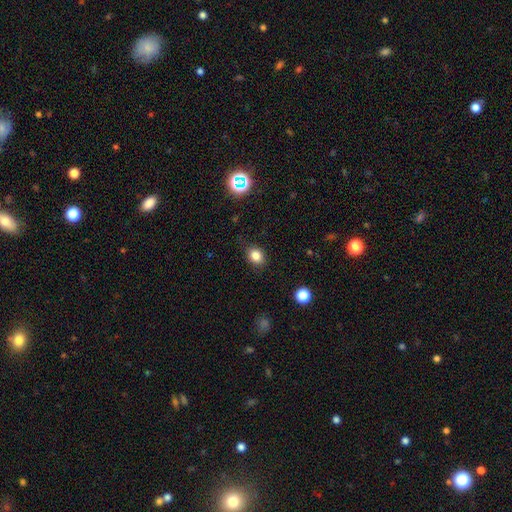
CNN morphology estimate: Smooth or featured?
  - smooth: 82% *
  - star or artifact: 12%
  - featured or disk: 6%
How rounded?
  - round: 50% *
  - in between: 49%
  - cigar-shaped: 1%
Merging?
  - none: 83% *
  - minor disturbance: 13%
  - major disturbance: 3%
  - merger: 1%